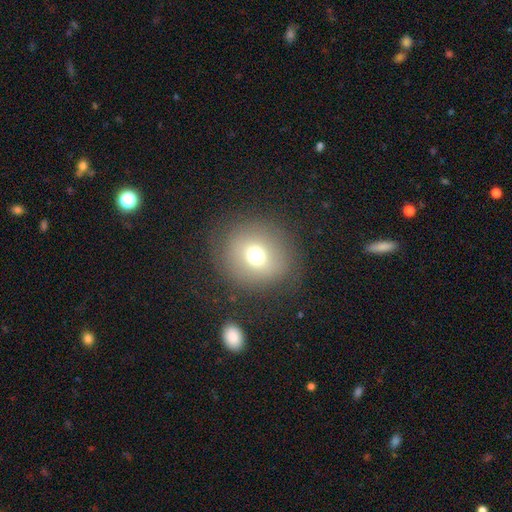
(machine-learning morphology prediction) This appears to be a smooth galaxy with no disk features (68%) that is round (90%). Merging: none (82%).